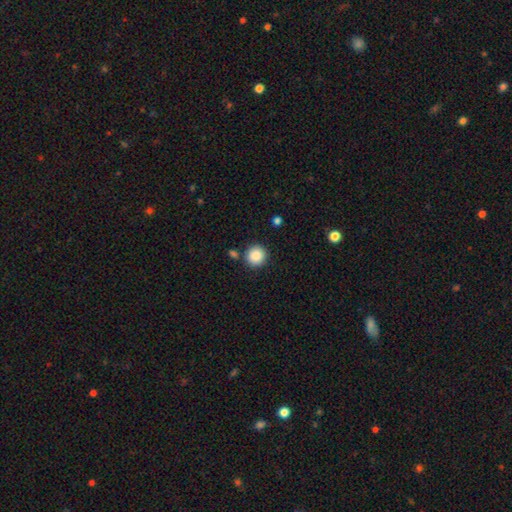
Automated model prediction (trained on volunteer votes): This appears to be a smooth galaxy with no disk features (88%) that is round (94%). Merging: none (86%).